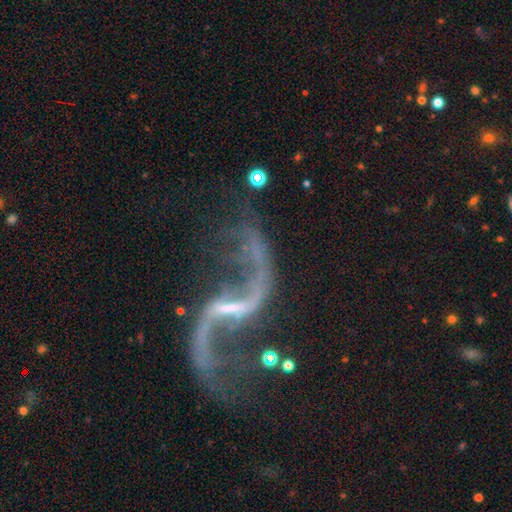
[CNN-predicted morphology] This is clearly a featured or disk galaxy (90%). It is clearly not viewed edge-on (96%). Bar: marginally strong (43%). Spiral arm pattern: clearly yes (95%). Spiral arm count: clearly 2 (93%). Spiral winding: clearly loose (93%). Central bulge: possibly small (54%). Merging: possibly none (57%).